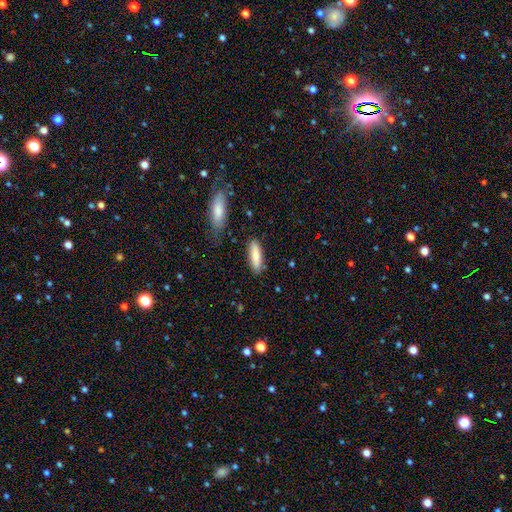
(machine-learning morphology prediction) smooth 85%, featured or disk 9%, star or artifact 6%. Down the decision tree: how rounded — cigar-shaped (56%); merging — none (83%).